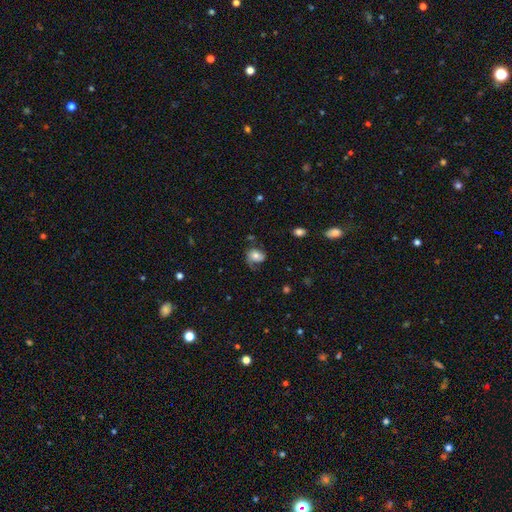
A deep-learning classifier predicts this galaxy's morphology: Smooth or featured: smooth — 47% (featured or disk — 44%)
Merging: none — 47% (minor disturbance — 27%)